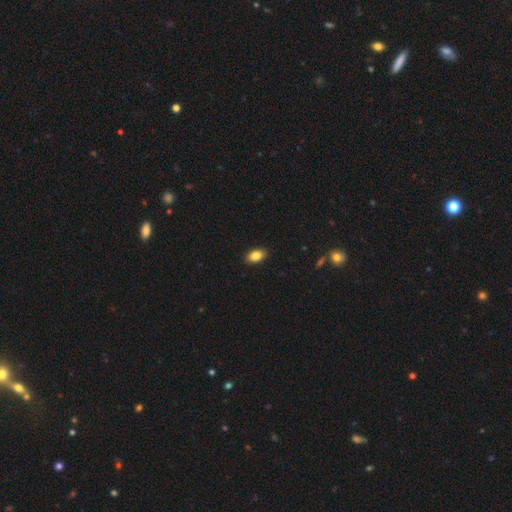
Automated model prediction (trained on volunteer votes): smooth 85%, star or artifact 8%, featured or disk 7%. Down the decision tree: how rounded — in between (90%); merging — none (90%).